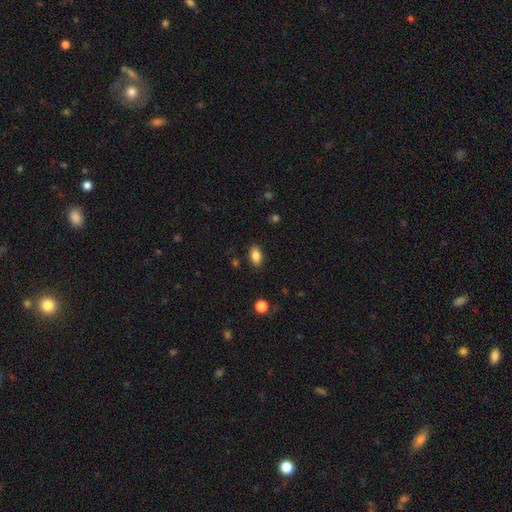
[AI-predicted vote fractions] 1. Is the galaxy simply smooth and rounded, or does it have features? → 85% smooth, 9% star or artifact, 6% featured or disk.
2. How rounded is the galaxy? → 89% in between, 8% round, 3% cigar-shaped.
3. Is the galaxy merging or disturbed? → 87% none, 9% minor disturbance, 2% major disturbance, 1% merger.